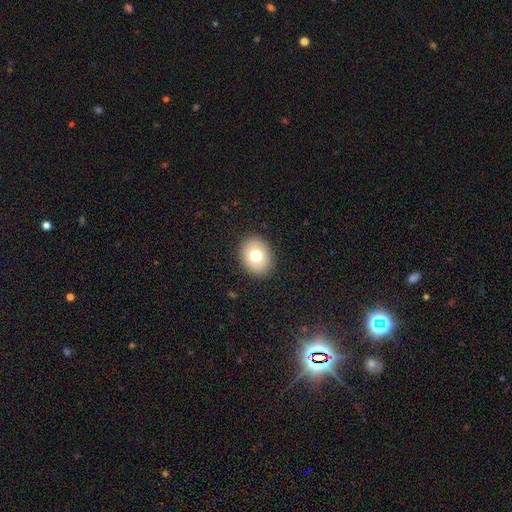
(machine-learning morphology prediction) smooth_or_featured: smooth (p=0.74) [alt: featured or disk p=0.16]
how_rounded: in between (p=0.50) [alt: round p=0.49]
merging: none (p=0.89) [alt: minor disturbance p=0.07]